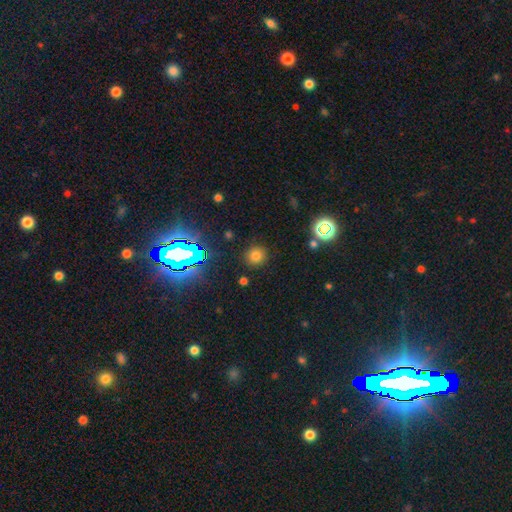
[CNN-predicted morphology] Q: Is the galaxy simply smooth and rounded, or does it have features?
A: smooth — 70%.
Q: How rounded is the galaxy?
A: round — 92%.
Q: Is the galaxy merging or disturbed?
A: none — 89%.